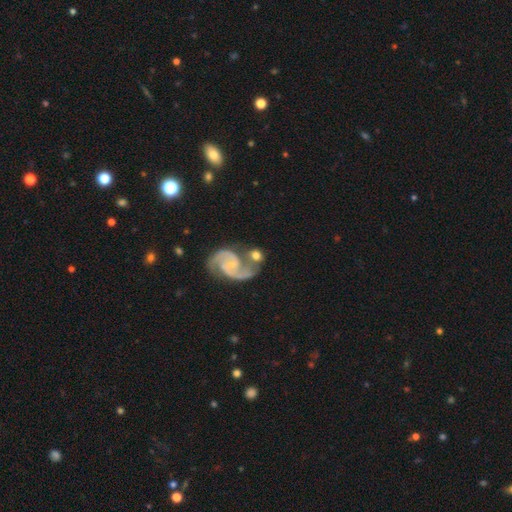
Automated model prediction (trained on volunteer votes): A featured or disk galaxy (69%) with no bar (51%), 2 (91%) medium (52%) spiral arms (93%) and a small central bulge (66%). Merging: none (45%).